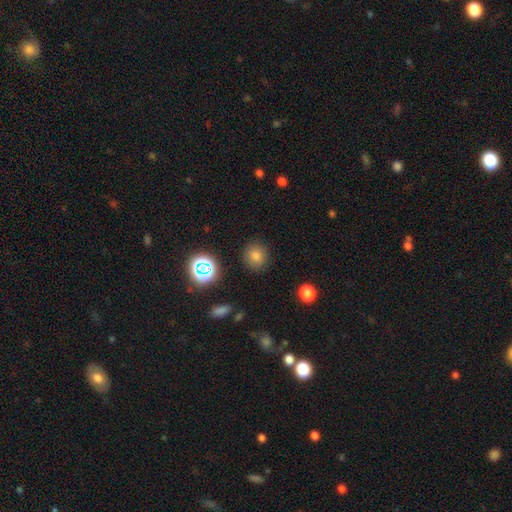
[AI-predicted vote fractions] A smooth galaxy with no disk features (76%) that is round (87%). Merging: none (88%).